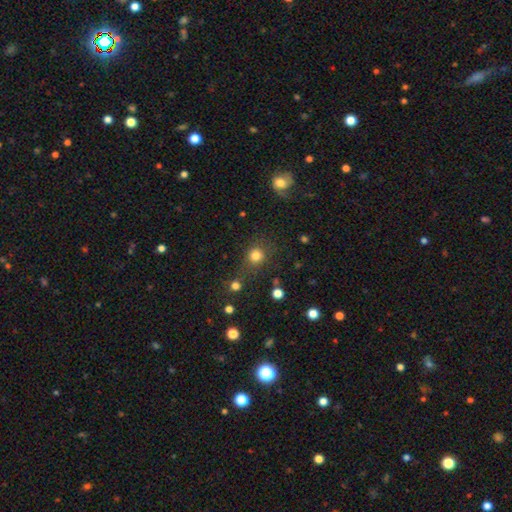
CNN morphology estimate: smooth_or_featured: smooth (p=0.78) [alt: star or artifact p=0.15]
how_rounded: round (p=0.83) [alt: in between p=0.16]
merging: none (p=0.66) [alt: minor disturbance p=0.13]